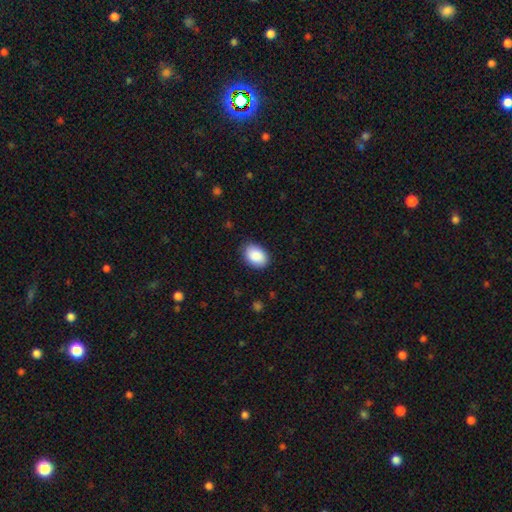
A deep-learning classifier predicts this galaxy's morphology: Smooth or featured? Predicted: smooth (p=0.90). How rounded? Predicted: in between (p=0.82). Merging? Predicted: none (p=0.85).